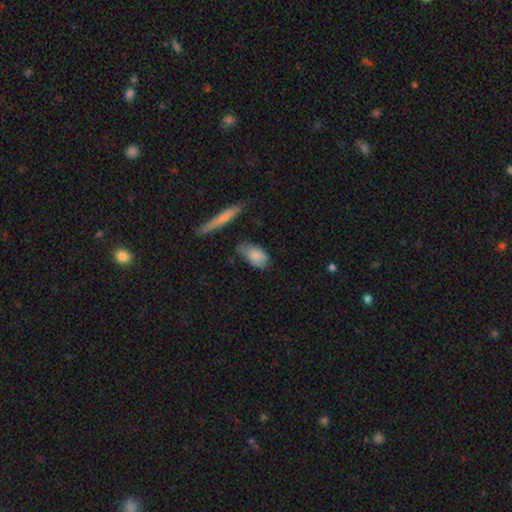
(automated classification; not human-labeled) Q: Smooth or featured?
A: smooth (79%); runner-up: featured or disk (15%)
Q: How rounded?
A: in between (87%); runner-up: cigar-shaped (8%)
Q: Merging?
A: none (51%); runner-up: minor disturbance (34%)